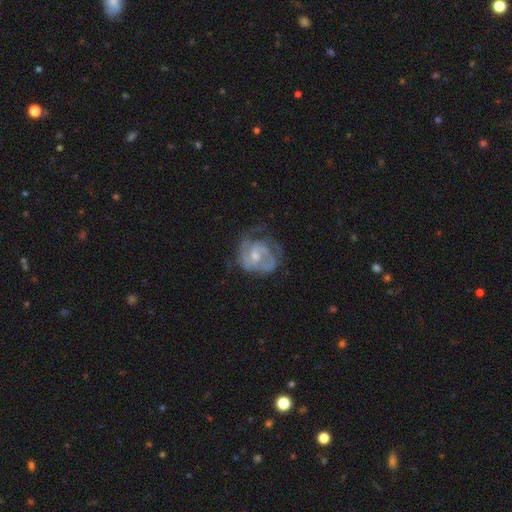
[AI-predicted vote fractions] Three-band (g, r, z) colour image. It shows a featured or disk galaxy (80%) with no bar (50%), 2 (42%) tight (49%) spiral arms (88%) and a small central bulge (49%). Merging: none (49%).